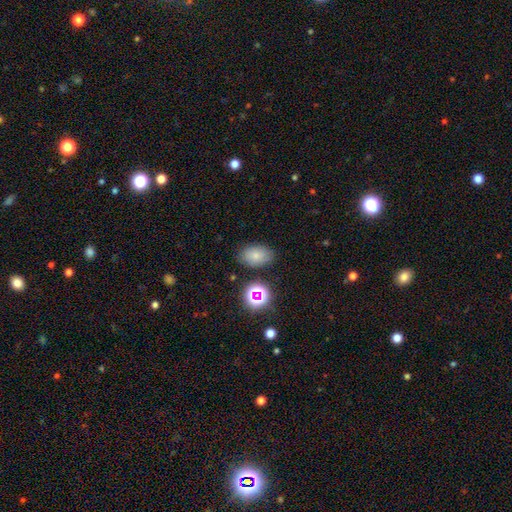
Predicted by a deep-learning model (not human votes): A smooth galaxy with no disk features (73%) that is in between round and cigar-shaped (86%). Merging: none (80%).